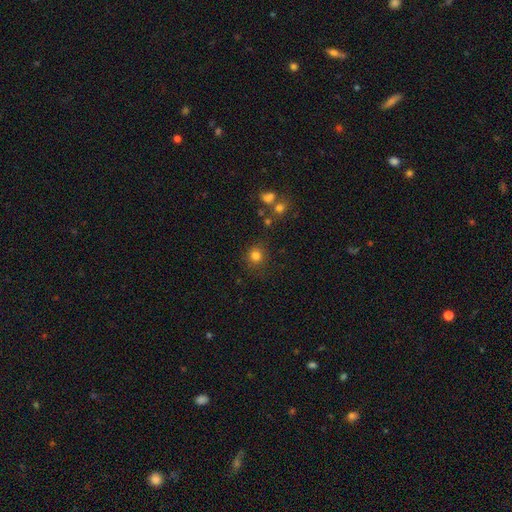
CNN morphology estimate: smooth 80%, star or artifact 14%, featured or disk 6%. Down the decision tree: how rounded — round (90%); merging — none (83%).